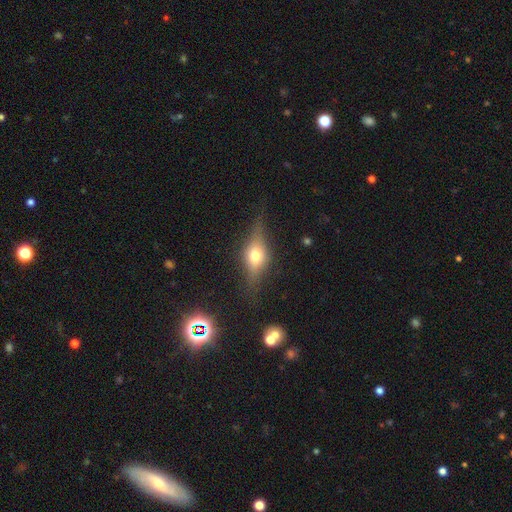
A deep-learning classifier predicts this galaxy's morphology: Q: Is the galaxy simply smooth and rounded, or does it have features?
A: featured or disk — 53%.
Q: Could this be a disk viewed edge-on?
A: yes — 90%.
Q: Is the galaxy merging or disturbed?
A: none — 76%.